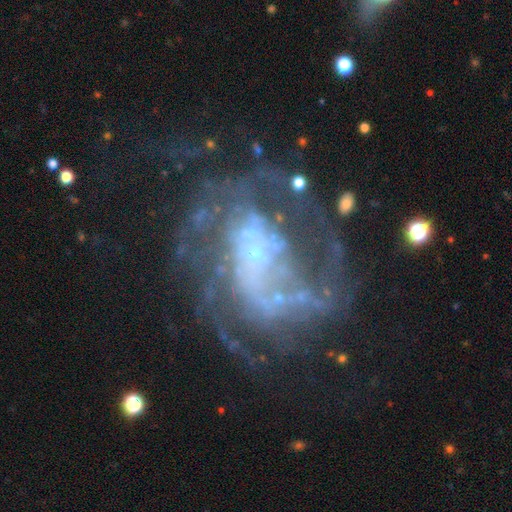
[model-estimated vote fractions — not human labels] Smooth or featured? Predicted: featured or disk (p=0.84). Edge-on disk? Predicted: no (p=0.98). Bar? Predicted: no (p=0.69). Spiral arms? Predicted: yes (p=0.87). Spiral winding? Predicted: medium (p=0.40). Spiral arm count? Predicted: can't tell (p=0.31). Bulge size? Predicted: small (p=0.73). Merging? Predicted: none (p=0.52).